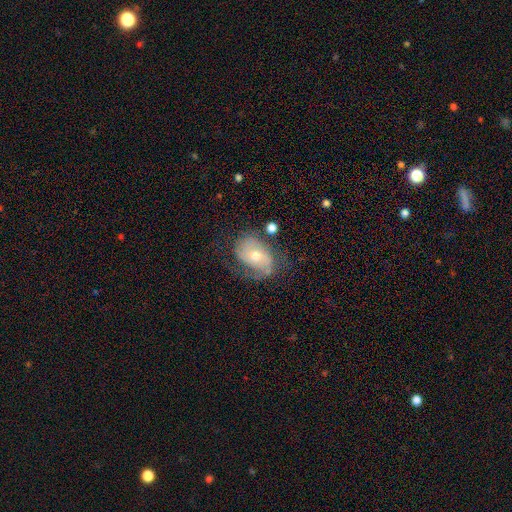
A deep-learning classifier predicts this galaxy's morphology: featured or disk 66%, smooth 27%, star or artifact 7%. Down the decision tree: edge-on disk — no (96%); bar — no (60%); spiral arms — yes (84%); spiral arm count — 2 (59%); spiral winding — medium (41%); bulge size — moderate (58%); merging — none (53%).